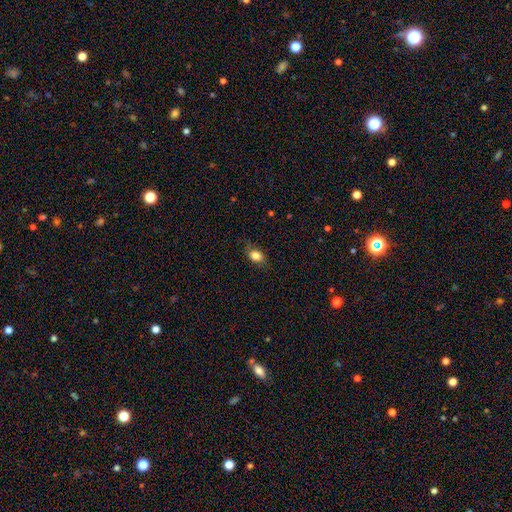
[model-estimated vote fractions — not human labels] Smooth or featured: smooth — 82% (star or artifact — 10%)
How rounded: in between — 68% (round — 30%)
Merging: none — 75% (minor disturbance — 19%)